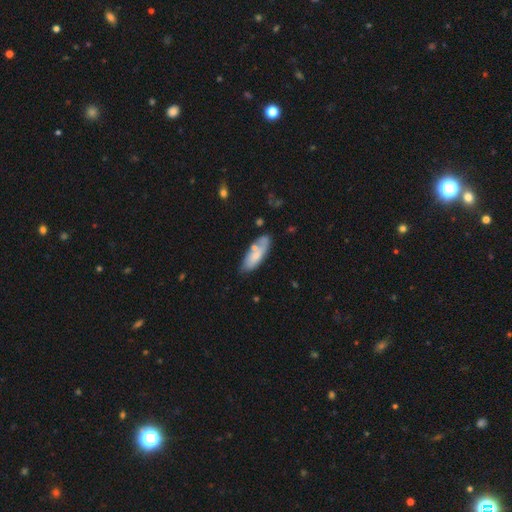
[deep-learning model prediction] A smooth galaxy with no disk features (72%) that is in between round and cigar-shaped (66%).

Vote fractions:
- Smooth or featured? smooth: 72% / featured or disk: 22% / star or artifact: 6%
- How rounded? in between: 66% / cigar-shaped: 33% / round: 2%
- Merging? none: 64% / minor disturbance: 21% / merger: 10% / major disturbance: 5%